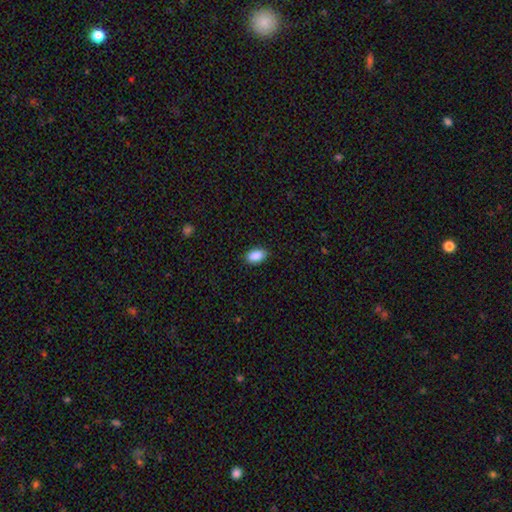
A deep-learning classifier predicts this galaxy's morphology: Smooth or featured: smooth — 90% (star or artifact — 7%)
How rounded: in between — 92% (round — 6%)
Merging: none — 88% (minor disturbance — 9%)